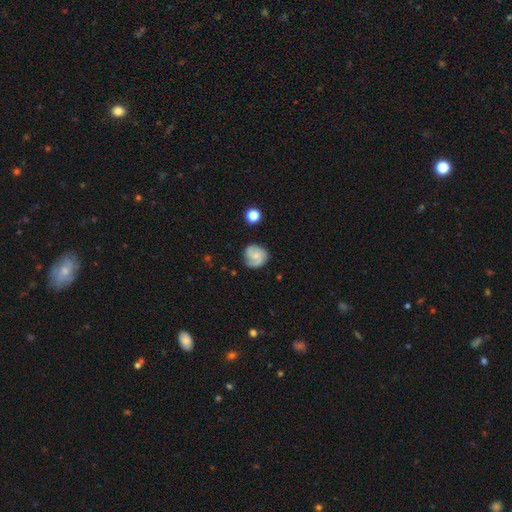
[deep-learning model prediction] Morphology: type=featured or disk (53%); edge-on=no (98%); bar=no (73%); spiral arms=yes (87%); bulge=small (65%); merging=none (68%).